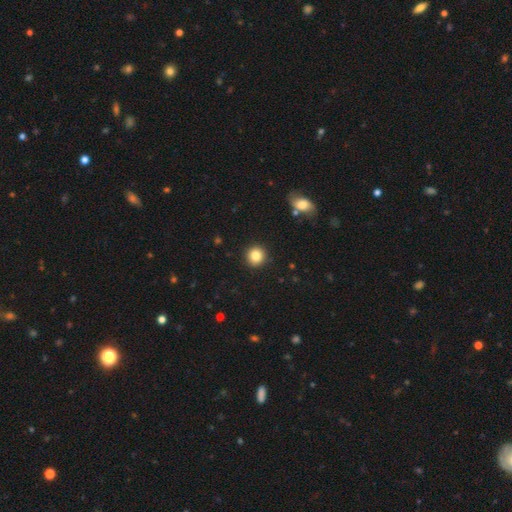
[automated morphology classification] This appears to be a smooth galaxy with no disk features (84%) that is round (92%). Merging: none (92%).